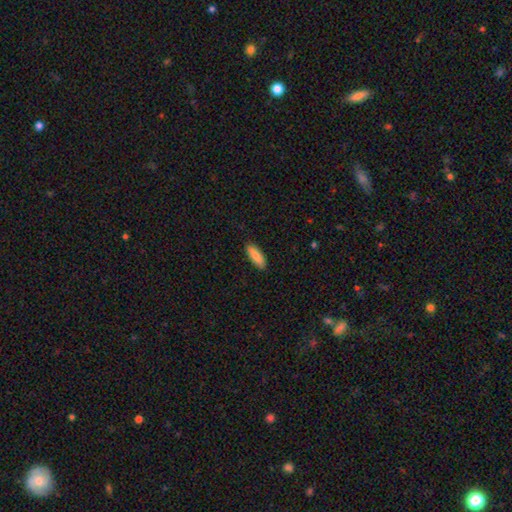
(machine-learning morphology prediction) Smooth or featured?
  - smooth: 88% *
  - featured or disk: 7%
  - star or artifact: 6%
How rounded?
  - in between: 53% *
  - cigar-shaped: 45%
  - round: 2%
Merging?
  - none: 89% *
  - minor disturbance: 8%
  - major disturbance: 2%
  - merger: 1%